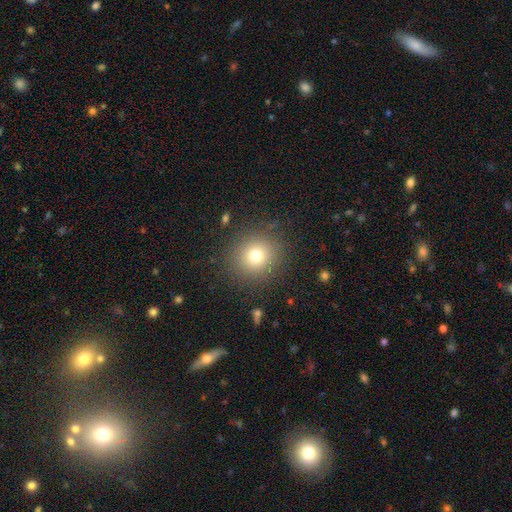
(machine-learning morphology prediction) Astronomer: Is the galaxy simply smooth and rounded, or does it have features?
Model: smooth — 74%.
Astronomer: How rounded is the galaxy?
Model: round — 91%.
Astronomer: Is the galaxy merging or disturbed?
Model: none — 88%.